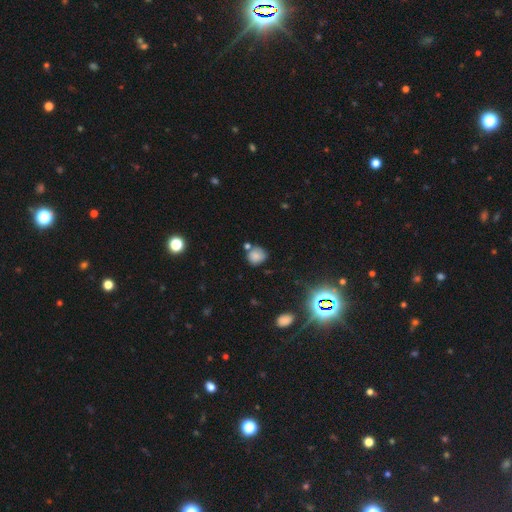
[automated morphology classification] type=smooth (73%); roundness=round (81%); merging=none (62%).